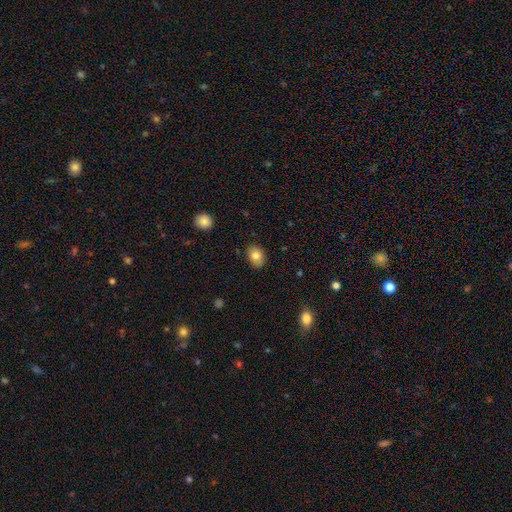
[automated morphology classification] A smooth galaxy with no disk features (82%) that is in between round and cigar-shaped (74%).

Vote fractions:
- Smooth or featured? smooth: 82% / featured or disk: 9% / star or artifact: 9%
- How rounded? in between: 74% / round: 25% / cigar-shaped: 1%
- Merging? none: 85% / minor disturbance: 12% / major disturbance: 2% / merger: 1%